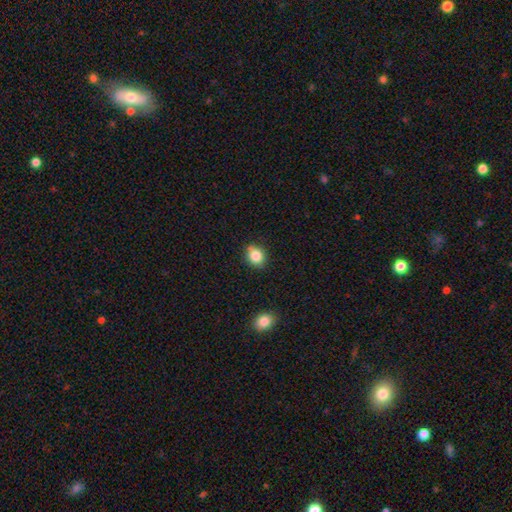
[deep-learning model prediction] smooth-or-featured: smooth: 83% | star or artifact: 10% | featured or disk: 6%
  how-rounded: round: 68% | in between: 31% | cigar-shaped: 1%
  merging: none: 75% | minor disturbance: 18% | merger: 4% | major disturbance: 3%